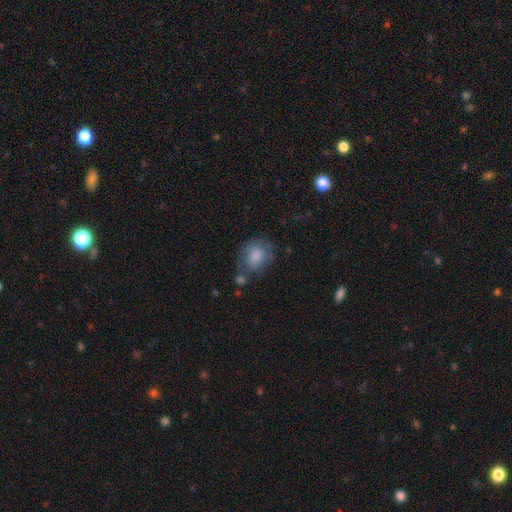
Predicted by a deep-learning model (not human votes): Smooth or featured? smooth (80%)
How rounded? round (54%)
Merging? none (53%)